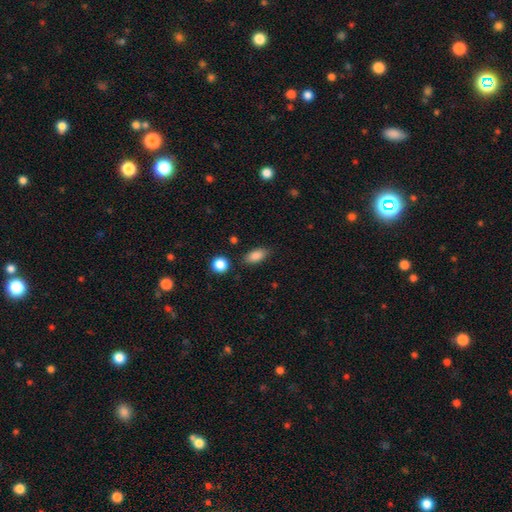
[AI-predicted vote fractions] Overall: smooth (86%). How rounded: in between (87%). Merging: none (81%).